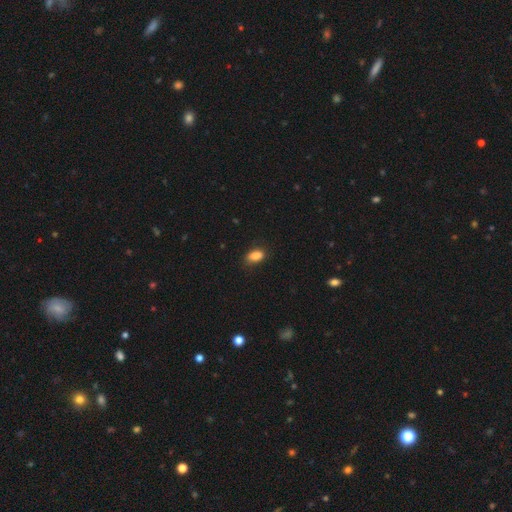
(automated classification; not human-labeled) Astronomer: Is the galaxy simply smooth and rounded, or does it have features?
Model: smooth — 88%.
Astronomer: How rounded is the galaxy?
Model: in between — 89%.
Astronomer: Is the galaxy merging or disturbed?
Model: none — 77%.